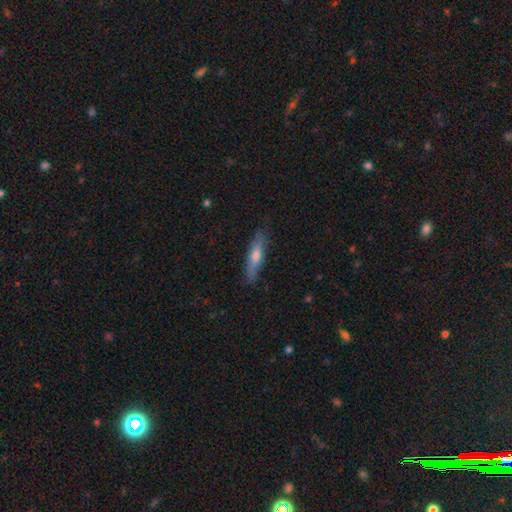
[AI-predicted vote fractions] This is possibly a smooth galaxy (53%). How rounded: likely cigar-shaped (79%). Merging: clearly none (81%).